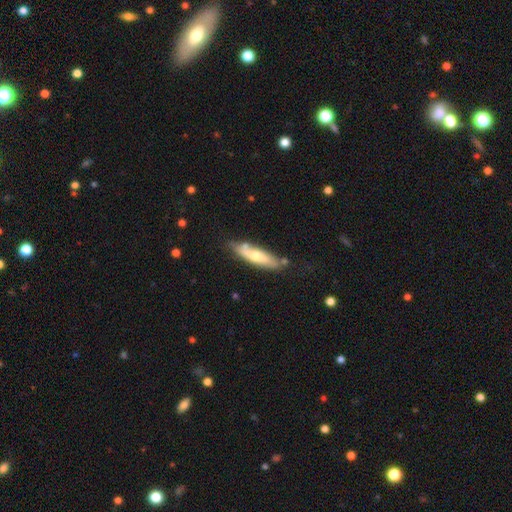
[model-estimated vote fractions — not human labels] Smooth or featured? smooth (53%)
How rounded? cigar-shaped (68%)
Merging? none (72%)